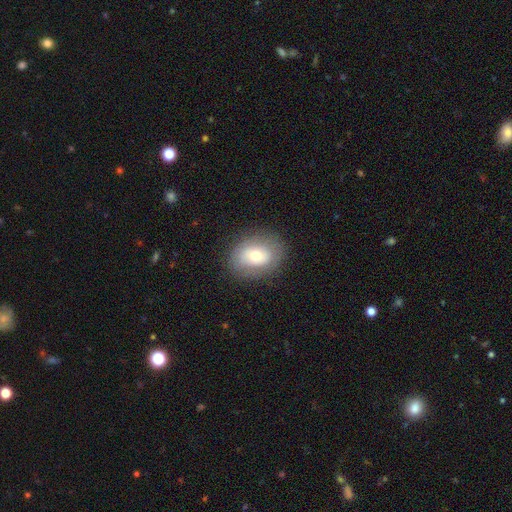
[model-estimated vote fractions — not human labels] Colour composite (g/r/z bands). It shows a smooth galaxy with no disk features (60%) that is in between round and cigar-shaped (62%). Merging: none (82%).